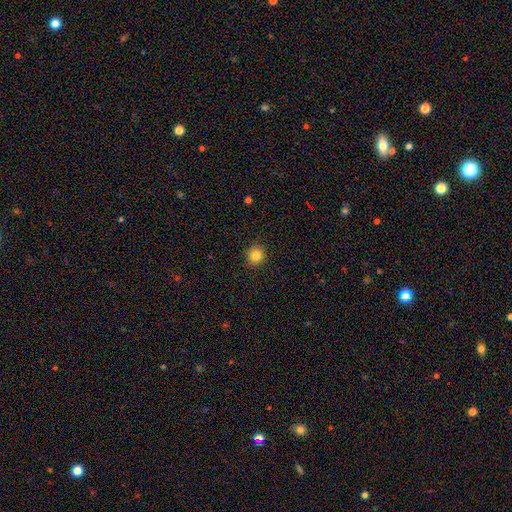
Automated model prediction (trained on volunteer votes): Smooth or featured? smooth (84%)
How rounded? round (91%)
Merging? none (90%)